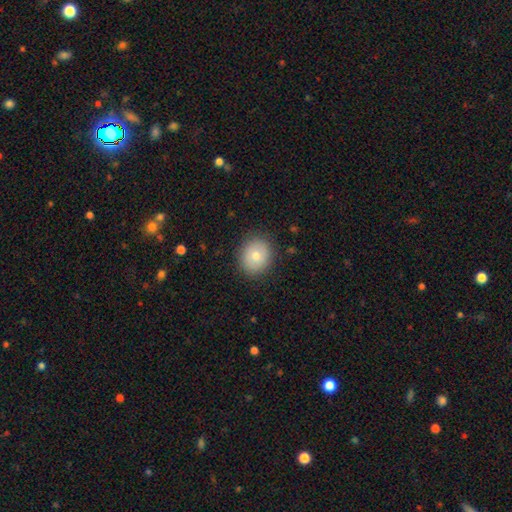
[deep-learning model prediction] Smooth or featured: smooth — 75% (featured or disk — 17%)
How rounded: round — 70% (in between — 29%)
Merging: none — 87% (minor disturbance — 9%)